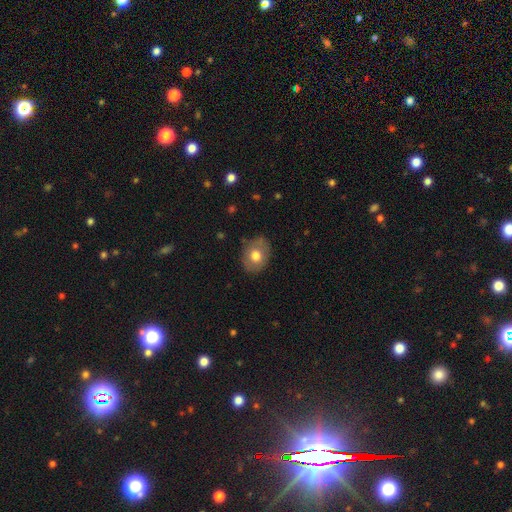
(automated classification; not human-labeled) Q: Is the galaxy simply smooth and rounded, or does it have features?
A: smooth — 70%.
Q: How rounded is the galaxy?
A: in between — 53%.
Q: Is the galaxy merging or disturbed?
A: none — 78%.